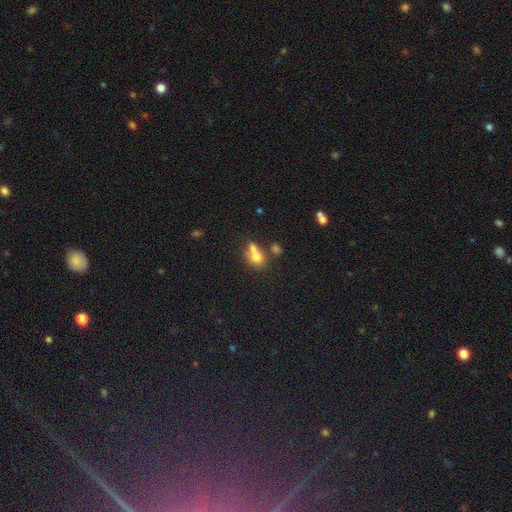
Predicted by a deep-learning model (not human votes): Overall: smooth (71%). How rounded: round (55%; in between 43%). Merging: merger (51%; none 32%).